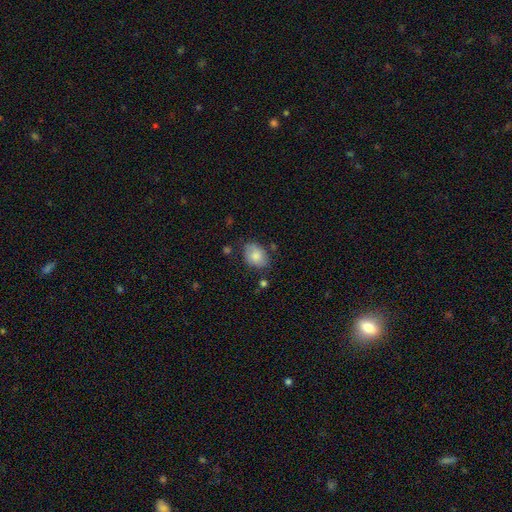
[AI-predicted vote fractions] smooth 80%, featured or disk 13%, star or artifact 7%. Down the decision tree: how rounded — in between (76%); merging — none (66%).